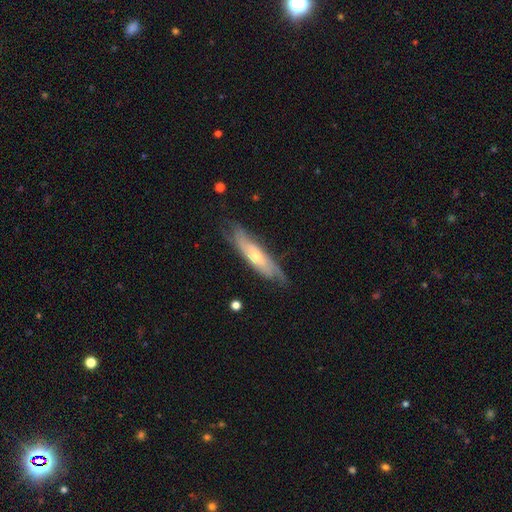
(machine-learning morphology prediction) Q: Smooth or featured?
A: featured or disk (68%); runner-up: smooth (27%)
Q: Edge-on disk?
A: no (61%); runner-up: yes (39%)
Q: Merging?
A: none (68%); runner-up: minor disturbance (23%)